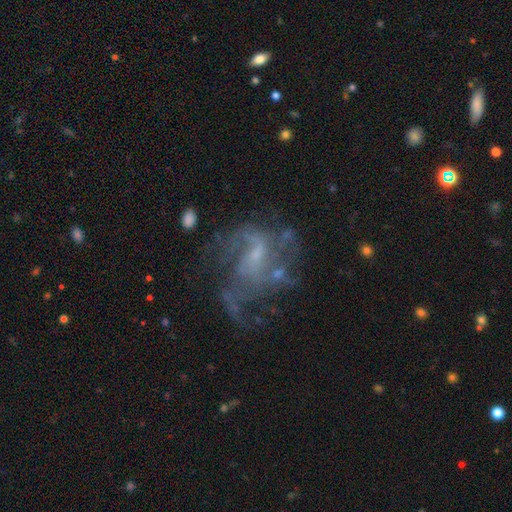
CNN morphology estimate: Q: Smooth or featured?
A: featured or disk (78%); runner-up: star or artifact (12%)
Q: Edge-on disk?
A: no (98%); runner-up: yes (2%)
Q: Bar?
A: no (46%); runner-up: weak (44%)
Q: Spiral arms?
A: yes (80%); runner-up: no (20%)
Q: Spiral winding?
A: medium (42%); runner-up: loose (40%)
Q: Spiral arm count?
A: can't tell (32%); runner-up: 2 (23%)
Q: Bulge size?
A: small (54%); runner-up: none (24%)
Q: Merging?
A: none (44%); runner-up: major disturbance (33%)